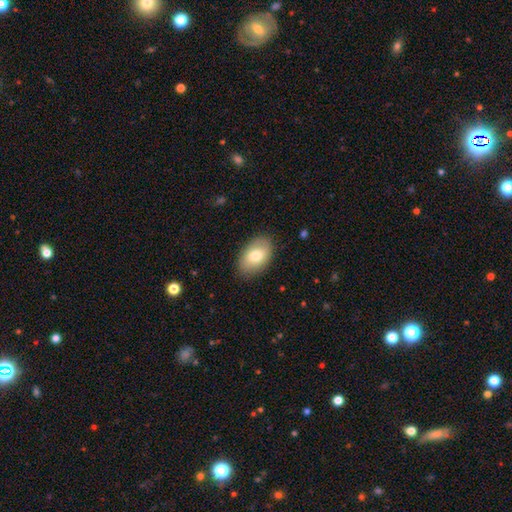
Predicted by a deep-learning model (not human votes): Smooth or featured? smooth (76%)
How rounded? in between (92%)
Merging? none (84%)